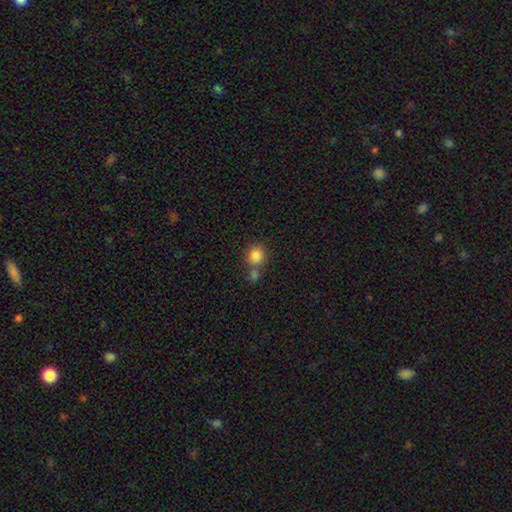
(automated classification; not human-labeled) smooth-or-featured: smooth: 85% | star or artifact: 10% | featured or disk: 5%
  how-rounded: round: 88% | in between: 11% | cigar-shaped: 1%
  merging: none: 54% | merger: 33% | minor disturbance: 9% | major disturbance: 4%